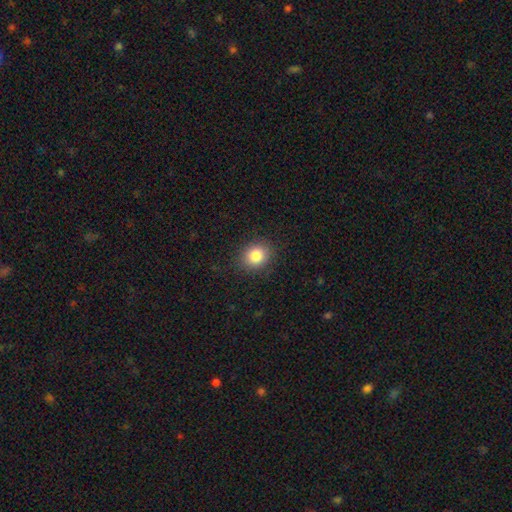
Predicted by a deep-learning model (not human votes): A smooth galaxy with no disk features (84%) that is round (70%).

Vote fractions:
- Smooth or featured? smooth: 84% / star or artifact: 10% / featured or disk: 6%
- How rounded? round: 70% / in between: 29% / cigar-shaped: 1%
- Merging? none: 88% / minor disturbance: 8% / major disturbance: 3% / merger: 1%